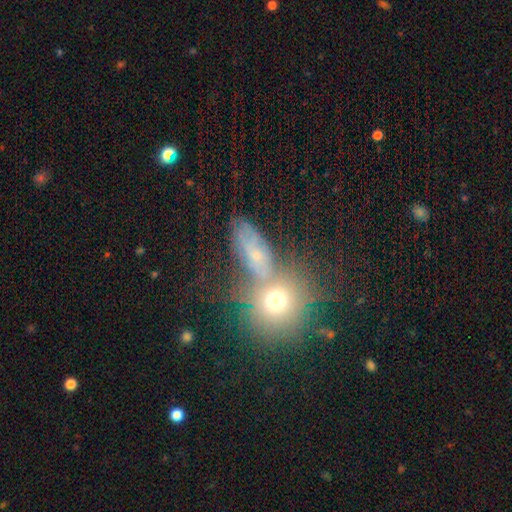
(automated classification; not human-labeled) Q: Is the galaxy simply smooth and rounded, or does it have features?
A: featured or disk — 41%.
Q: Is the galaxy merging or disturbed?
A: none — 50%.